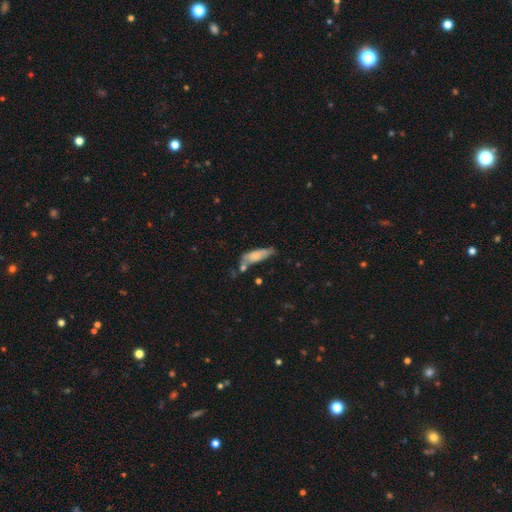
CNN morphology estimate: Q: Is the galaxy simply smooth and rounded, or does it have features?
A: smooth — 67%.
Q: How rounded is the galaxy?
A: in between — 54%.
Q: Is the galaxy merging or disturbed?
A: none — 42%.